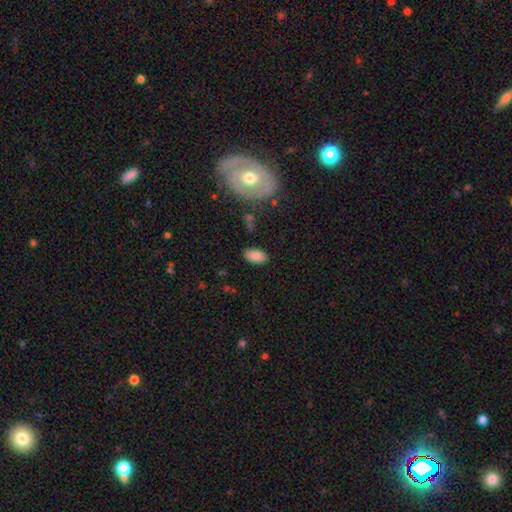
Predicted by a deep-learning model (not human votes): This is clearly a smooth galaxy (85%). How rounded: clearly in between (95%). Merging: clearly none (84%).